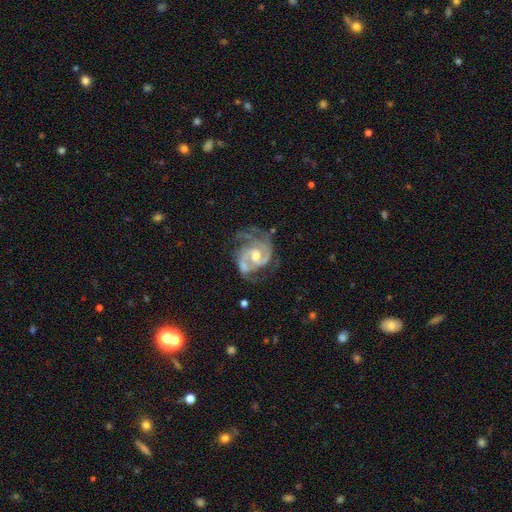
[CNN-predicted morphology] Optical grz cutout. It shows a featured or disk galaxy (91%) with no bar (49%), 2 (53%) medium (46%) spiral arms (97%) and a moderate central bulge (69%). Merging: none (54%).